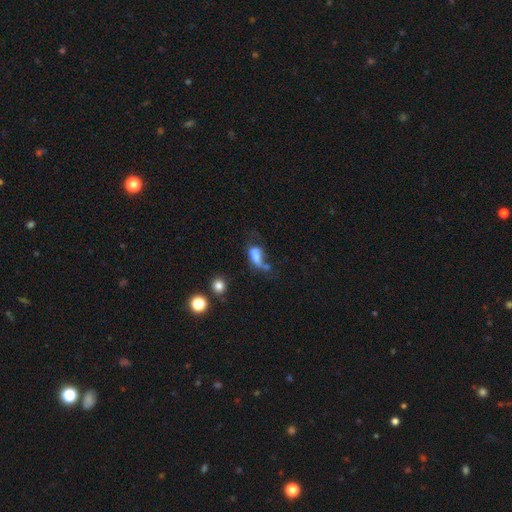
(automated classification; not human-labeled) A smooth galaxy with no disk features (64%) that is in between round and cigar-shaped (83%).

Vote fractions:
- Smooth or featured? smooth: 64% / featured or disk: 24% / star or artifact: 12%
- How rounded? in between: 83% / round: 9% / cigar-shaped: 9%
- Merging? major disturbance: 40% / none: 22% / minor disturbance: 21% / merger: 18%